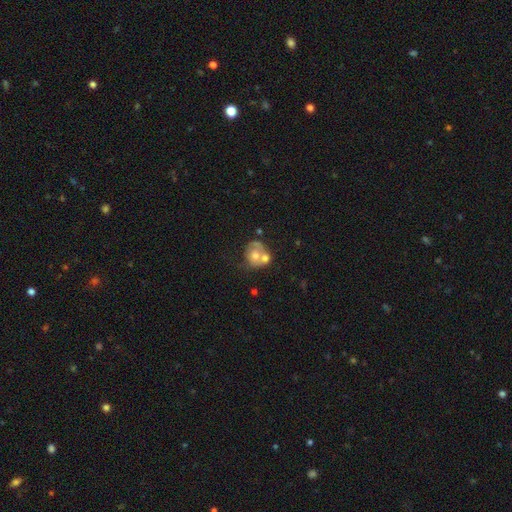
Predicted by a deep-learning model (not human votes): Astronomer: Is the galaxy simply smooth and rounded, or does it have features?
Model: smooth — 48% (runner-up: featured or disk, 44%).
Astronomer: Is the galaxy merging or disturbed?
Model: merger — 49% (runner-up: none, 26%).